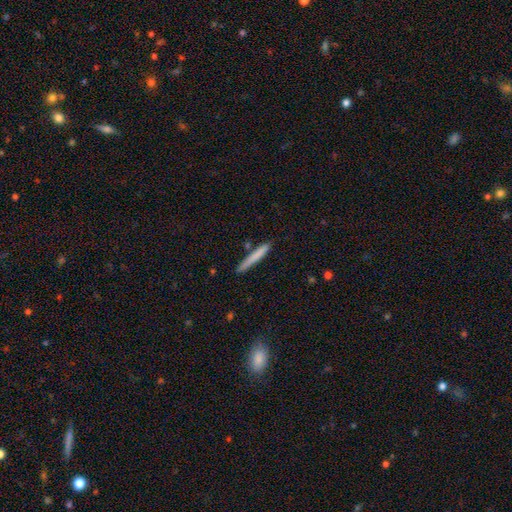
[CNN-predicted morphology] Smooth or featured? smooth (75%)
How rounded? cigar-shaped (96%)
Merging? none (84%)